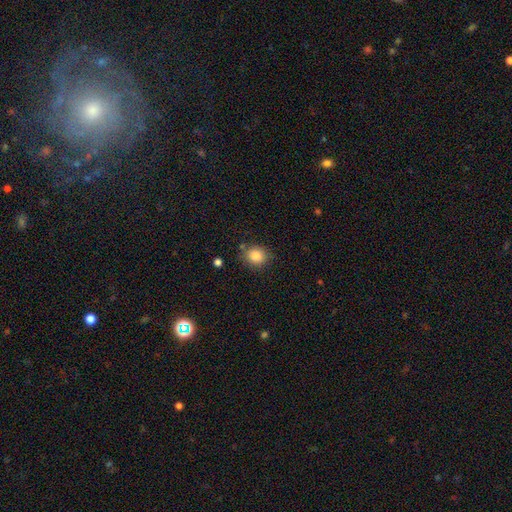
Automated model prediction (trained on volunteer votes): The model was most divided on "how rounded": round: 74%, in between: 25%, cigar-shaped: 1%. More confident: smooth or featured — smooth (85%); merging — none (79%).